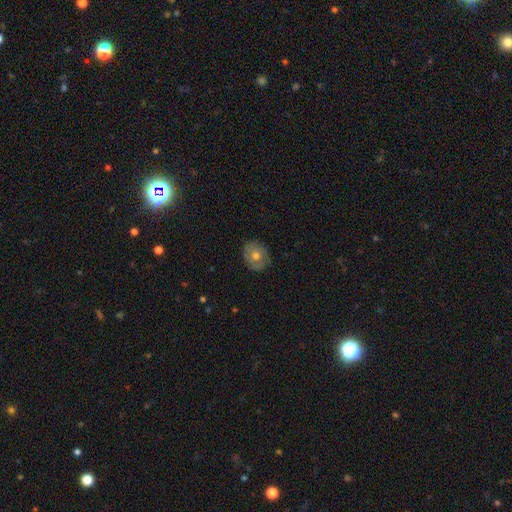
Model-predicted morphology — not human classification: Overall: smooth (59%; featured or disk 31%). How rounded: round (56%; in between 43%). Merging: none (83%).